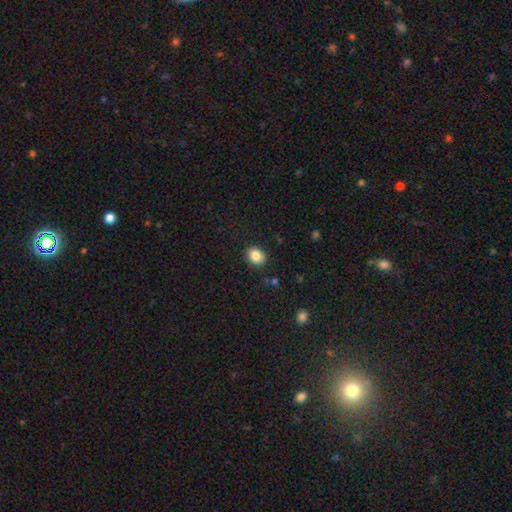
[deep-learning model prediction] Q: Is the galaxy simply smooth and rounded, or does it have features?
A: smooth — 85%.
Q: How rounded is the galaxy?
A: in between — 55%.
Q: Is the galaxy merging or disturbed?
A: none — 88%.